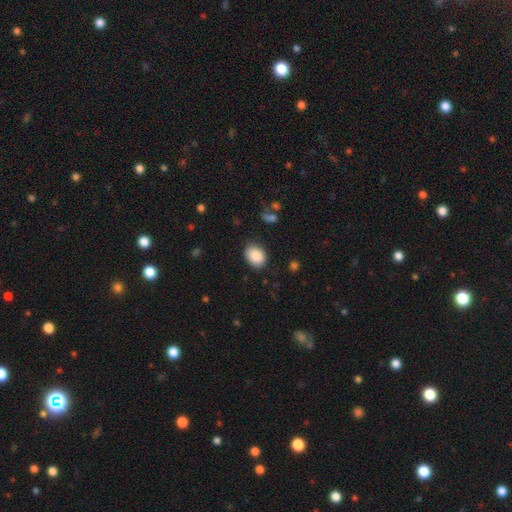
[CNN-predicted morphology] Smooth or featured?
  - smooth: 88% *
  - star or artifact: 8%
  - featured or disk: 4%
How rounded?
  - in between: 63% *
  - round: 36%
  - cigar-shaped: 1%
Merging?
  - none: 84% *
  - minor disturbance: 12%
  - major disturbance: 3%
  - merger: 1%